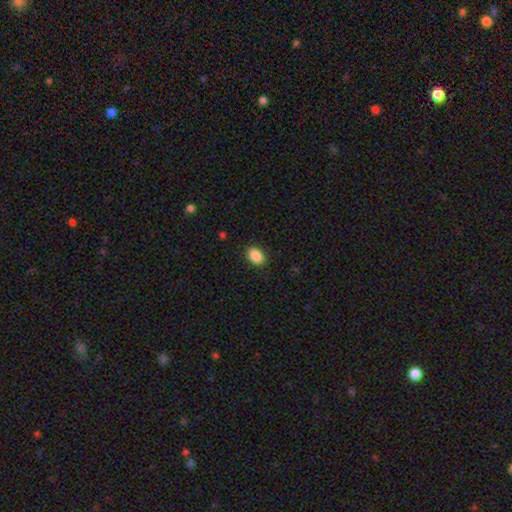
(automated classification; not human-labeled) This is clearly a smooth galaxy (89%). How rounded: clearly in between (85%). Merging: clearly none (89%).